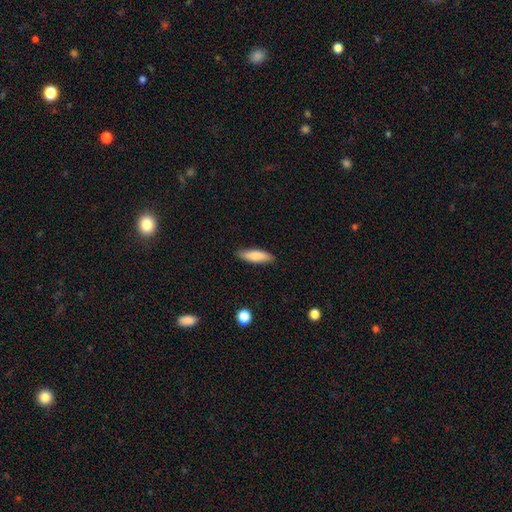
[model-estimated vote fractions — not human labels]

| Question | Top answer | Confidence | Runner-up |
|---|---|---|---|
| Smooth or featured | smooth | 81% | featured or disk (13%) |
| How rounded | cigar-shaped | 58% | in between (40%) |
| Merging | none | 88% | minor disturbance (9%) |